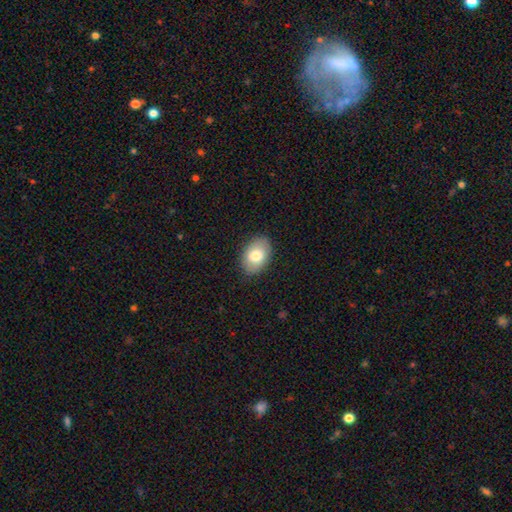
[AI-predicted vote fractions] Overall: smooth (79%). How rounded: in between (86%). Merging: none (86%).